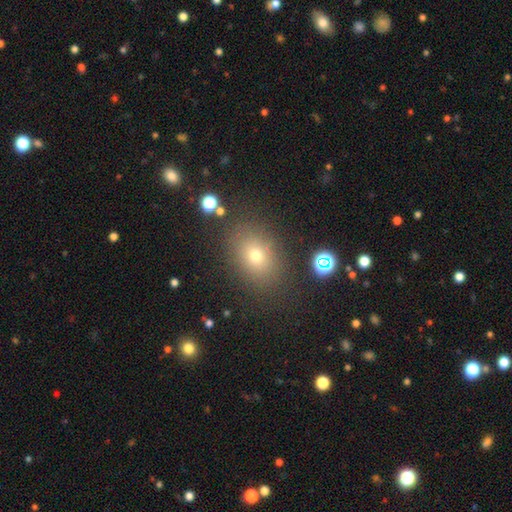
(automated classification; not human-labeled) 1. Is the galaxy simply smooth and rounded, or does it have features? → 69% smooth, 18% star or artifact, 13% featured or disk.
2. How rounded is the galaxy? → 59% in between, 40% round, 1% cigar-shaped.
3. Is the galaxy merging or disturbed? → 82% none, 11% minor disturbance, 5% major disturbance, 3% merger.